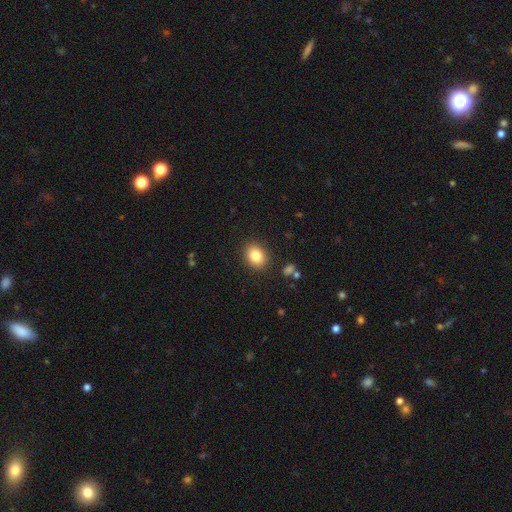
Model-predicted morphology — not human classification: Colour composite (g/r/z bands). It shows a smooth galaxy with no disk features (83%) that is in between round and cigar-shaped (51%). Merging: none (88%).